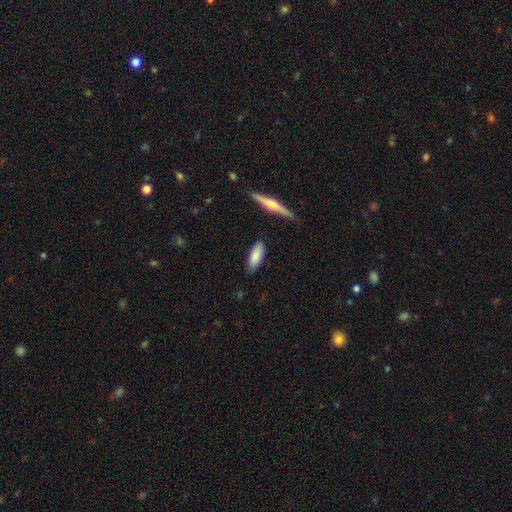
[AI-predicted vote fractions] smooth-or-featured: smooth: 83% | featured or disk: 11% | star or artifact: 6%
  how-rounded: in between: 68% | cigar-shaped: 31% | round: 2%
  merging: none: 82% | minor disturbance: 13% | major disturbance: 2% | merger: 2%